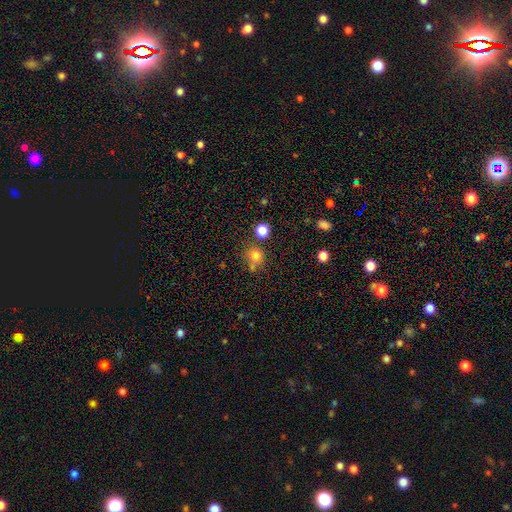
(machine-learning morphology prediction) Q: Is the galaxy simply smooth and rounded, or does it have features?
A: smooth — 76%.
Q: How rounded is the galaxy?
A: round — 89%.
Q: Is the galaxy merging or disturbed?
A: none — 66%.